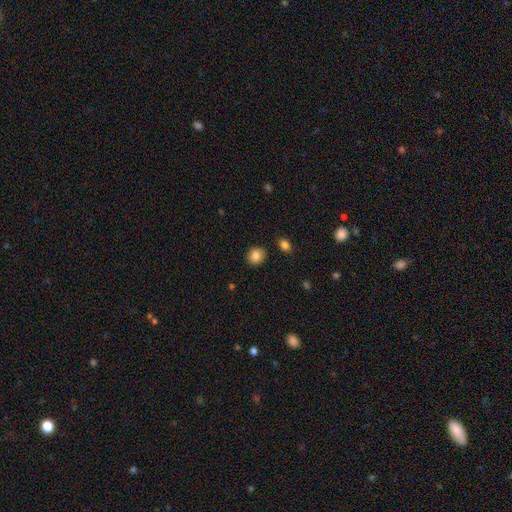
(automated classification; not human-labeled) Smooth or featured: smooth — 84% (star or artifact — 9%)
How rounded: round — 72% (in between — 27%)
Merging: none — 87% (minor disturbance — 8%)